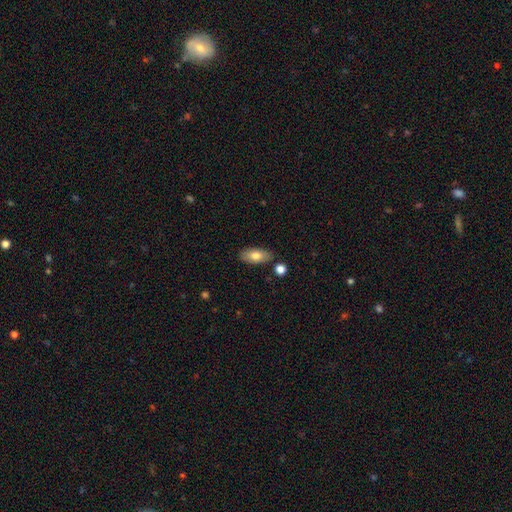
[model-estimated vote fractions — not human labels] This is likely a smooth galaxy (76%). How rounded: clearly in between (89%). Merging: clearly none (83%).